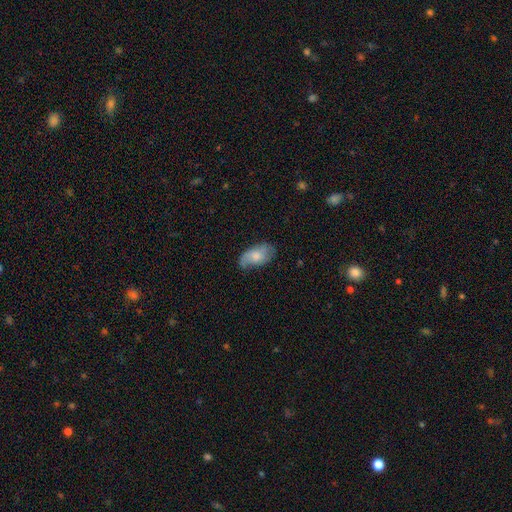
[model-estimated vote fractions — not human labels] Q: Smooth or featured?
A: smooth (61%); runner-up: featured or disk (32%)
Q: How rounded?
A: in between (93%); runner-up: round (4%)
Q: Merging?
A: none (56%); runner-up: minor disturbance (31%)